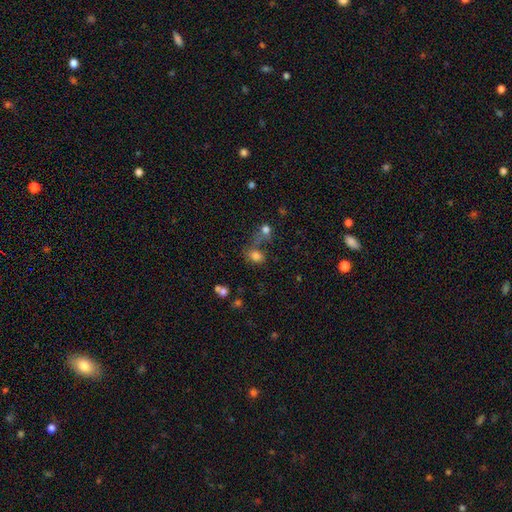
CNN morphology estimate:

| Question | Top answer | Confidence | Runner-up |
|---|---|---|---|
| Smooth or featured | smooth | 77% | star or artifact (14%) |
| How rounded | in between | 61% | round (37%) |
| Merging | none | 45% | merger (28%) |